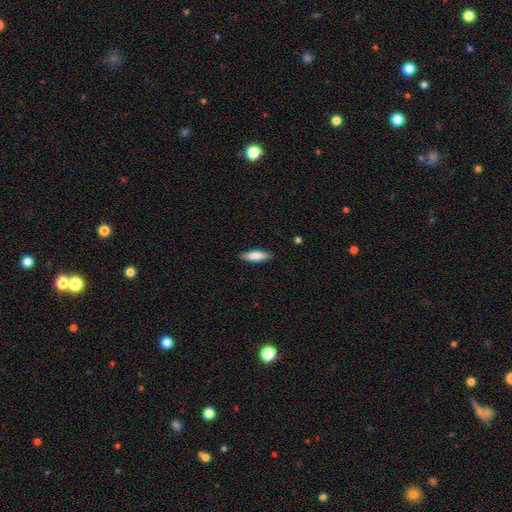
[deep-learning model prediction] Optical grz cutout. It shows a smooth galaxy with no disk features (82%) that is cigar-shaped (53%). Merging: none (88%).